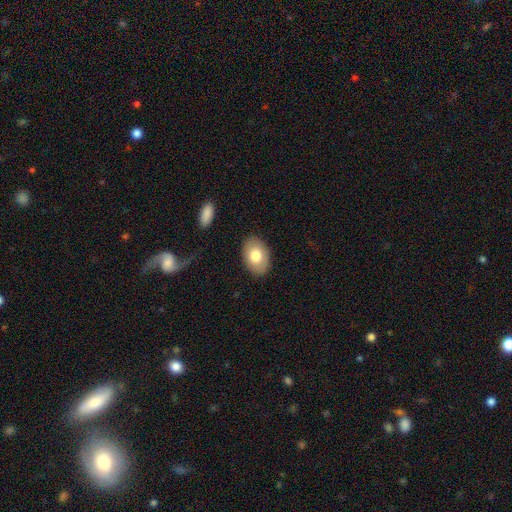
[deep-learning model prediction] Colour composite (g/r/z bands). It shows a smooth galaxy with no disk features (78%) that is in between round and cigar-shaped (87%). Merging: none (88%).